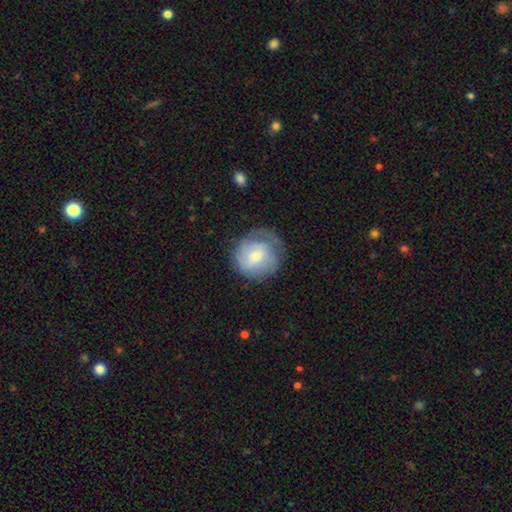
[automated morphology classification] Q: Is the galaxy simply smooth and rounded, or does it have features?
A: smooth — 53%.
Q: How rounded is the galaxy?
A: round — 84%.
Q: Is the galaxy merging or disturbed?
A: none — 58%.